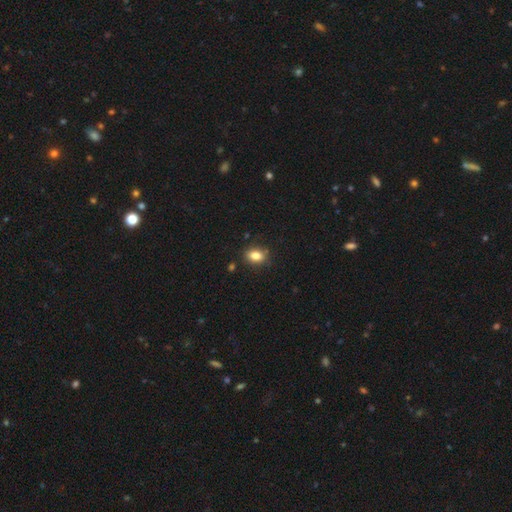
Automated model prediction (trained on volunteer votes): smooth-or-featured: smooth: 83% | star or artifact: 10% | featured or disk: 7%
  how-rounded: in between: 73% | round: 25% | cigar-shaped: 2%
  merging: none: 84% | minor disturbance: 11% | major disturbance: 2% | merger: 2%